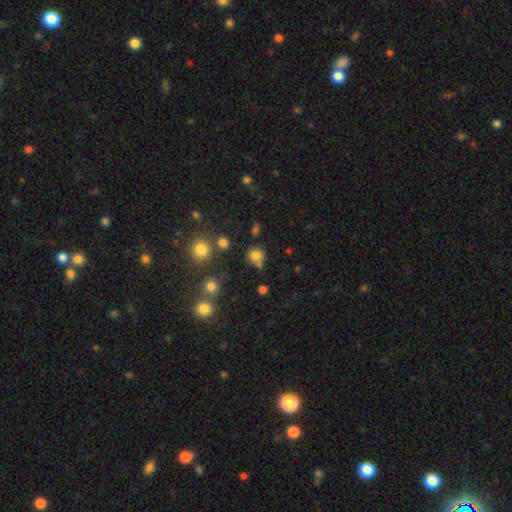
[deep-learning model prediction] smooth-or-featured: smooth: 76% | star or artifact: 16% | featured or disk: 8%
  how-rounded: round: 76% | in between: 23% | cigar-shaped: 1%
  merging: none: 62% | merger: 16% | minor disturbance: 16% | major disturbance: 5%